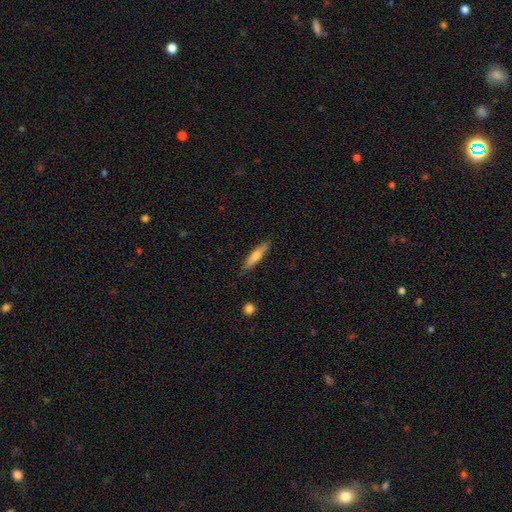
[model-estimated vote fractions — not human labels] Morphology: type=smooth (64%); roundness=cigar-shaped (84%); merging=none (85%).